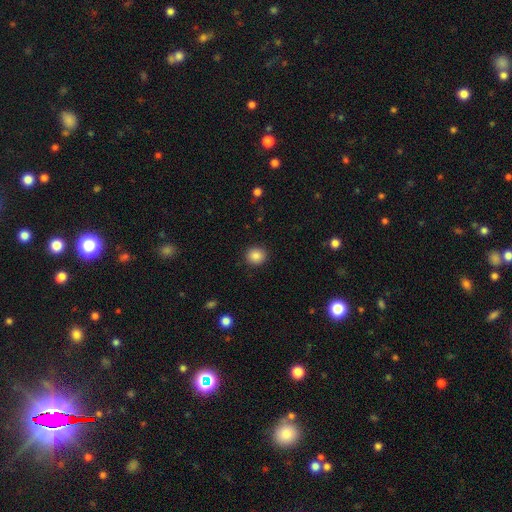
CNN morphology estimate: A smooth galaxy with no disk features (86%) that is round (87%).

Vote fractions:
- Smooth or featured? smooth: 86% / star or artifact: 10% / featured or disk: 4%
- How rounded? round: 87% / in between: 12% / cigar-shaped: 1%
- Merging? none: 91% / minor disturbance: 6% / major disturbance: 2% / merger: 1%